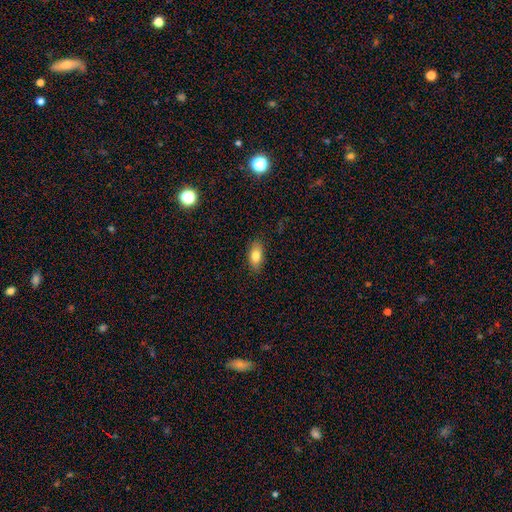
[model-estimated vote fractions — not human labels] Smooth or featured? smooth (81%)
How rounded? in between (88%)
Merging? none (86%)